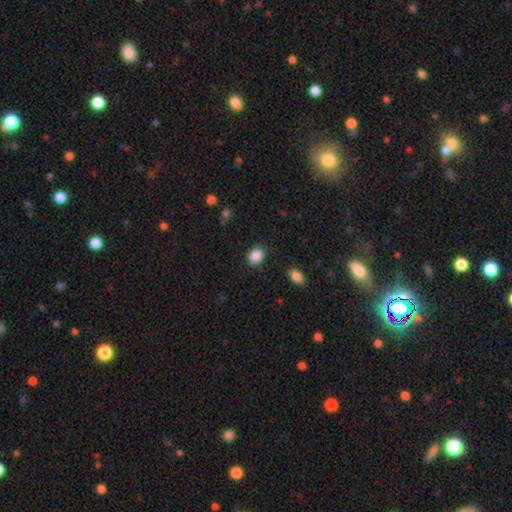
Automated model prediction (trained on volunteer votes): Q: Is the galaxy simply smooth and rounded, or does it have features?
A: smooth — 88%.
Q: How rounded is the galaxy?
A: round — 50%.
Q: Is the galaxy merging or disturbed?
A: none — 86%.